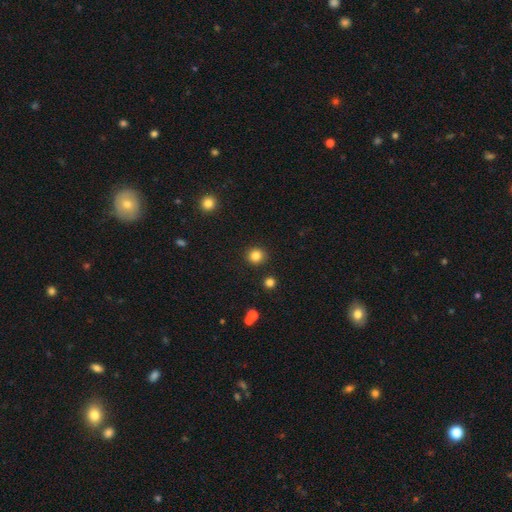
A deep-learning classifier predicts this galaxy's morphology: The model was most divided on "smooth or featured": smooth: 84%, star or artifact: 12%, featured or disk: 5%. More confident: how rounded — round (90%); merging — none (89%).